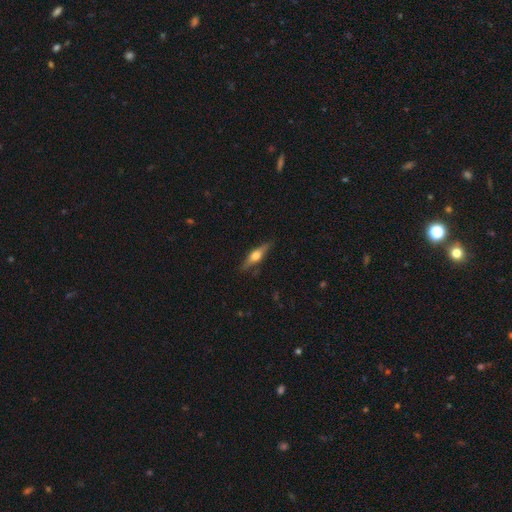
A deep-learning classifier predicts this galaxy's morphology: This is likely a featured or disk galaxy (60%). It is clearly viewed edge-on (95%). Edge-on bulge: clearly rounded (93%). Merging: clearly none (86%).